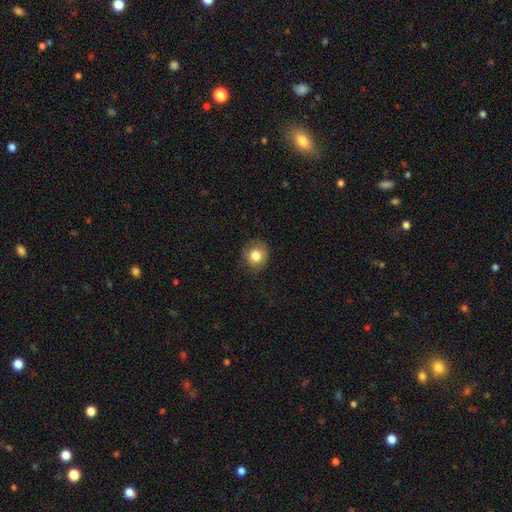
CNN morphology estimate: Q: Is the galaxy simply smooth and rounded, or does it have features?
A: smooth — 81%.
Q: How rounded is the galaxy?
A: round — 86%.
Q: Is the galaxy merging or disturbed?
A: none — 78%.